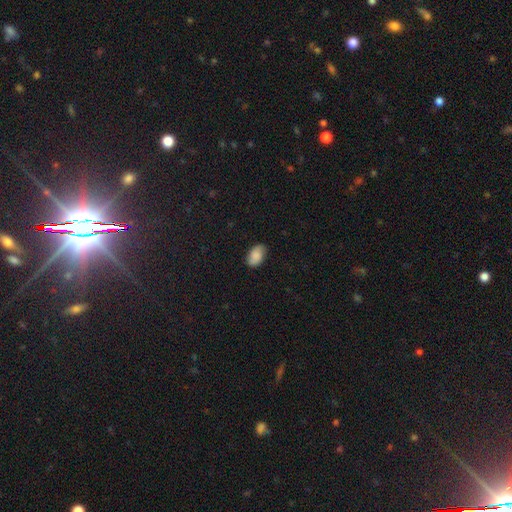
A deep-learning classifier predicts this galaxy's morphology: Smooth or featured? smooth (80%)
How rounded? in between (91%)
Merging? none (81%)